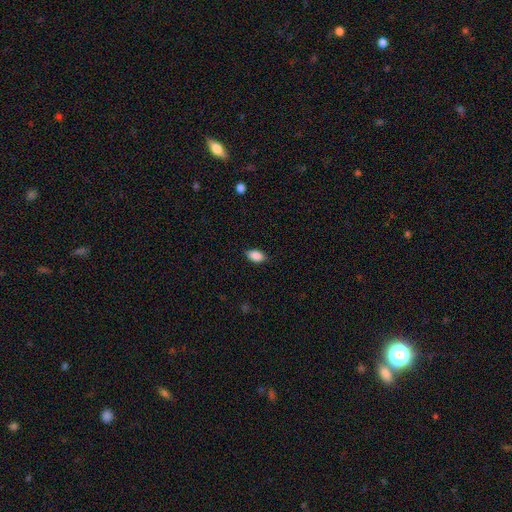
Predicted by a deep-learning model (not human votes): Smooth or featured?
  - smooth: 88% *
  - star or artifact: 7%
  - featured or disk: 4%
How rounded?
  - in between: 91% *
  - round: 7%
  - cigar-shaped: 2%
Merging?
  - none: 83% *
  - minor disturbance: 13%
  - major disturbance: 2%
  - merger: 1%